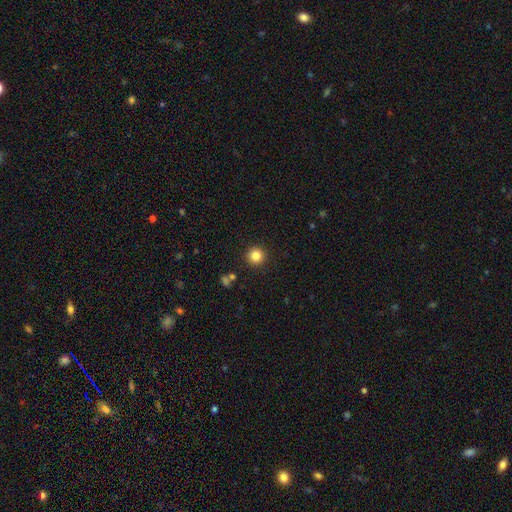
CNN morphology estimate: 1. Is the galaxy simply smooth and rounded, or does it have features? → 84% smooth, 11% star or artifact, 5% featured or disk.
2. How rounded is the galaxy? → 94% round, 5% in between, 1% cigar-shaped.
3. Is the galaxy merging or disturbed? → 91% none, 5% minor disturbance, 2% major disturbance, 2% merger.